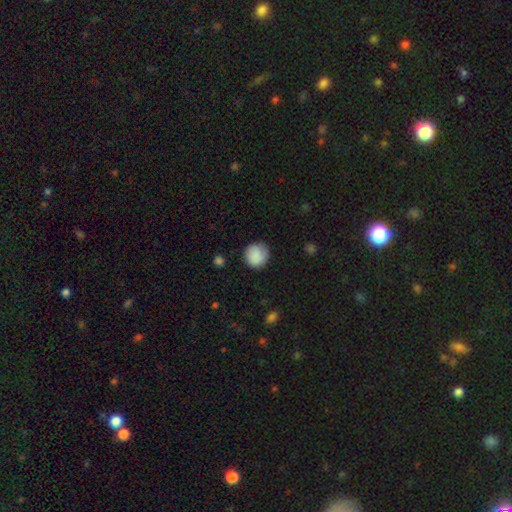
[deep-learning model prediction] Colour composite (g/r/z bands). It shows a smooth galaxy with no disk features (87%) that is round (91%). Merging: none (82%).